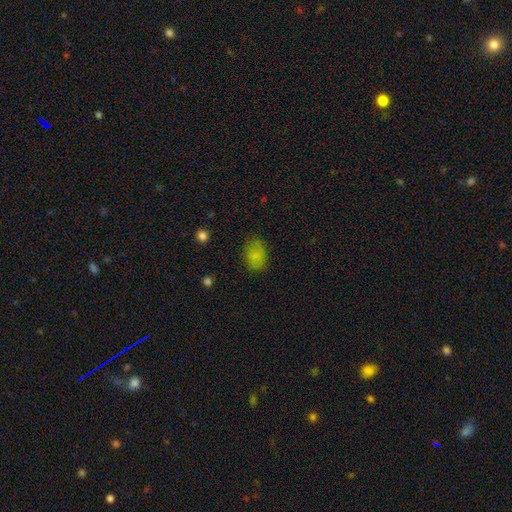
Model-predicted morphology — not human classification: Smooth or featured?
  - smooth: 81% *
  - star or artifact: 12%
  - featured or disk: 7%
How rounded?
  - in between: 76% *
  - round: 23%
  - cigar-shaped: 1%
Merging?
  - none: 75% *
  - minor disturbance: 18%
  - major disturbance: 5%
  - merger: 1%